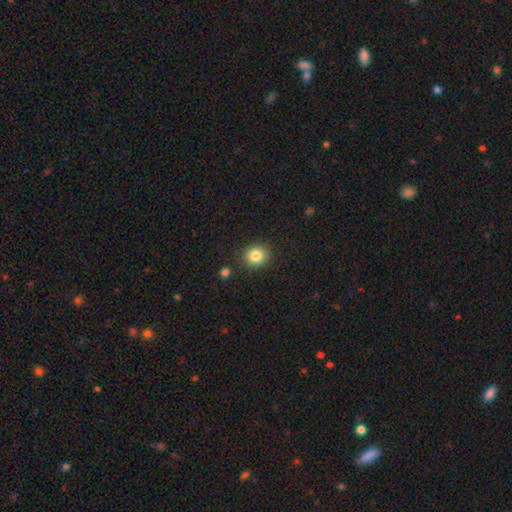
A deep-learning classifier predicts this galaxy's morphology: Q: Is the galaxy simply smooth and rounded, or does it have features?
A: smooth — 83%.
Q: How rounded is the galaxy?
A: round — 83%.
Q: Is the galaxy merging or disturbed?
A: none — 88%.